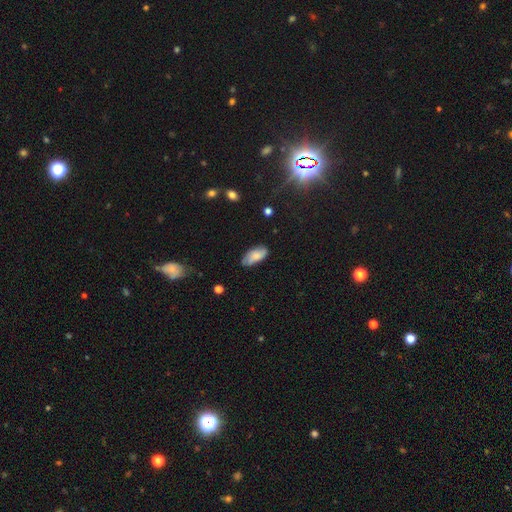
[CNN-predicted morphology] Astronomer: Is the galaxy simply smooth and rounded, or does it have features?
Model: smooth — 62%.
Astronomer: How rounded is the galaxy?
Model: in between — 89%.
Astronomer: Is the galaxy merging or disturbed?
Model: none — 71%.